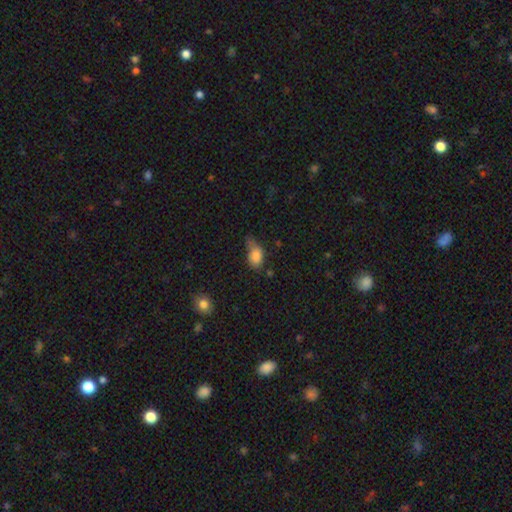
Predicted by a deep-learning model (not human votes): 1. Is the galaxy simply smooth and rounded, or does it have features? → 82% smooth, 9% star or artifact, 9% featured or disk.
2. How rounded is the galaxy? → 79% in between, 18% round, 3% cigar-shaped.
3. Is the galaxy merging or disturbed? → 42% minor disturbance, 30% none, 22% major disturbance, 7% merger.